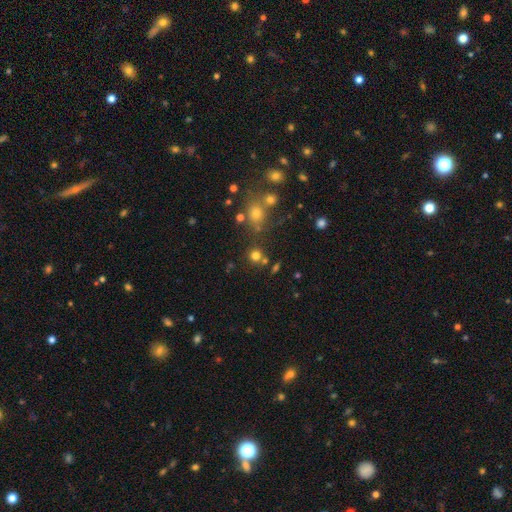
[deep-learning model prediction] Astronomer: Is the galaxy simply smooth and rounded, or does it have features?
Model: smooth — 73%.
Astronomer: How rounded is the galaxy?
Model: round — 90%.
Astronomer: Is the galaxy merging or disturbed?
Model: none — 73%.